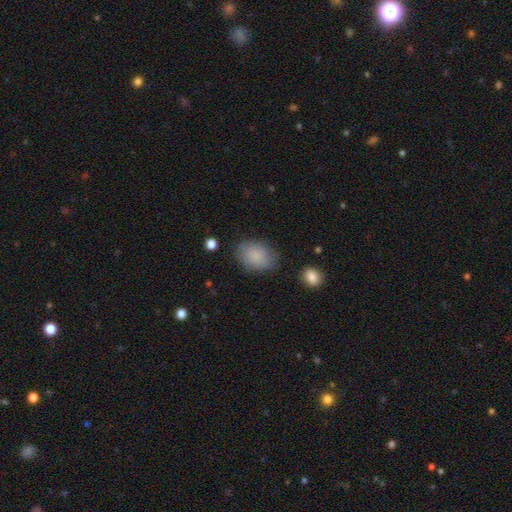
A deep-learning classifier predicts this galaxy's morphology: smooth-or-featured: smooth: 87% | star or artifact: 7% | featured or disk: 6%
  how-rounded: in between: 78% | round: 21% | cigar-shaped: 1%
  merging: none: 79% | minor disturbance: 15% | major disturbance: 4% | merger: 2%